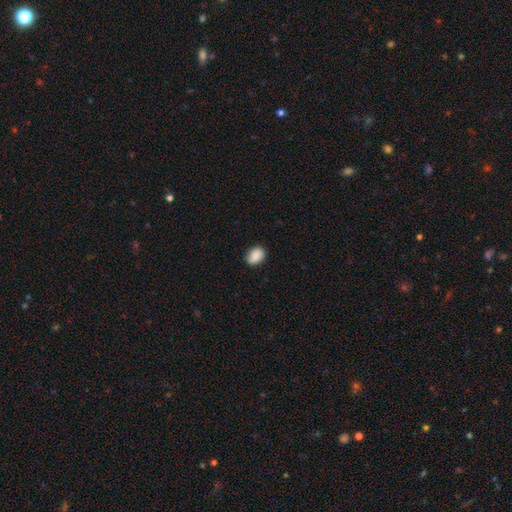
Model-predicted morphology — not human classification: type=smooth (88%); roundness=in between (69%); merging=none (84%).